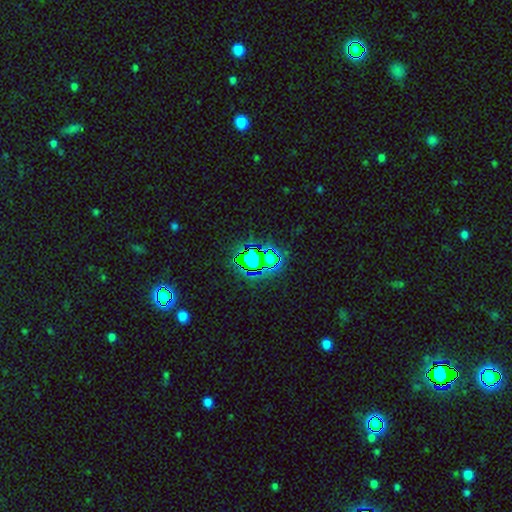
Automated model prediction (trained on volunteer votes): Smooth or featured? Predicted: star or artifact (p=0.66).